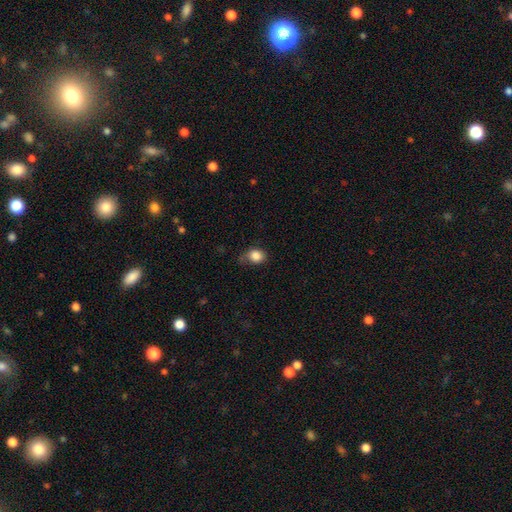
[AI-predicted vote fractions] smooth 85%, star or artifact 9%, featured or disk 6%. Down the decision tree: how rounded — round (54%); merging — none (53%).